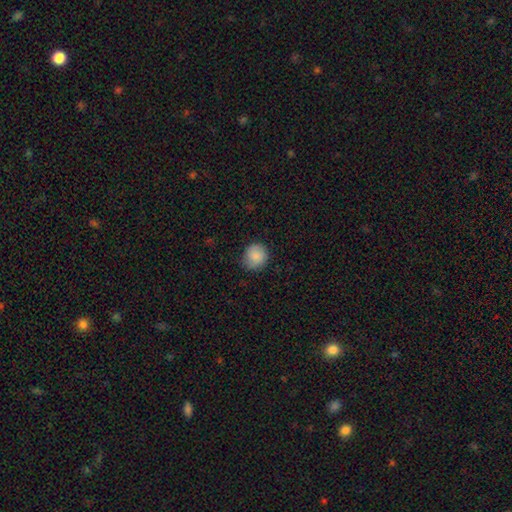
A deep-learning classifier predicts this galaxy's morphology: smooth_or_featured: smooth (p=0.85) [alt: featured or disk p=0.07]
how_rounded: round (p=0.87) [alt: in between p=0.12]
merging: none (p=0.80) [alt: minor disturbance p=0.15]